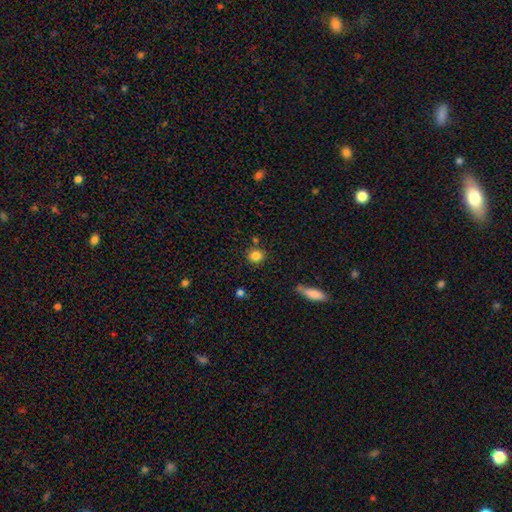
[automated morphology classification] smooth_or_featured: smooth (p=0.83) [alt: star or artifact p=0.11]
how_rounded: round (p=0.83) [alt: in between p=0.15]
merging: none (p=0.79) [alt: minor disturbance p=0.11]